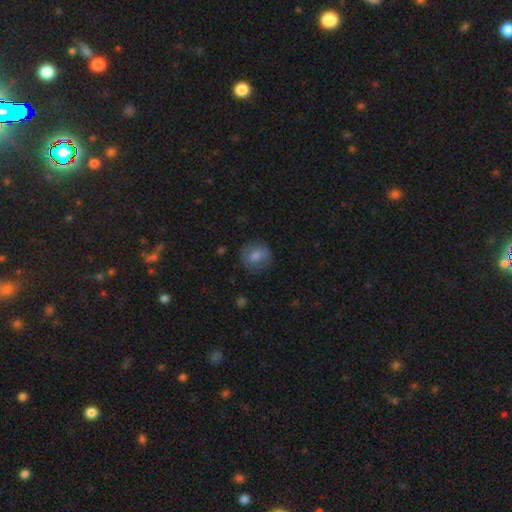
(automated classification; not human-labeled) Smooth or featured? smooth (71%)
How rounded? round (74%)
Merging? none (78%)